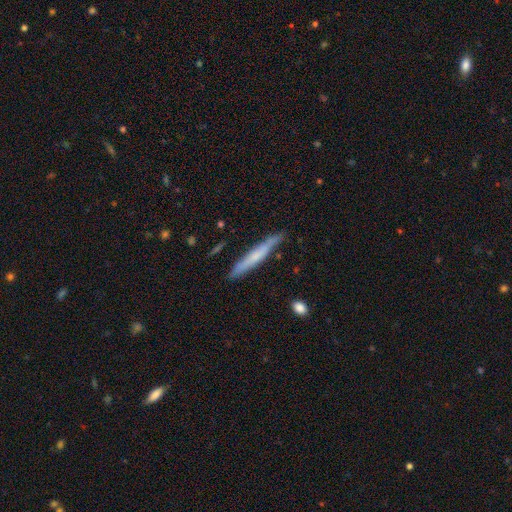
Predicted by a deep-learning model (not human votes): smooth-or-featured: smooth: 49% | featured or disk: 45% | star or artifact: 6%
  merging: none: 84% | minor disturbance: 12% | major disturbance: 2% | merger: 2%